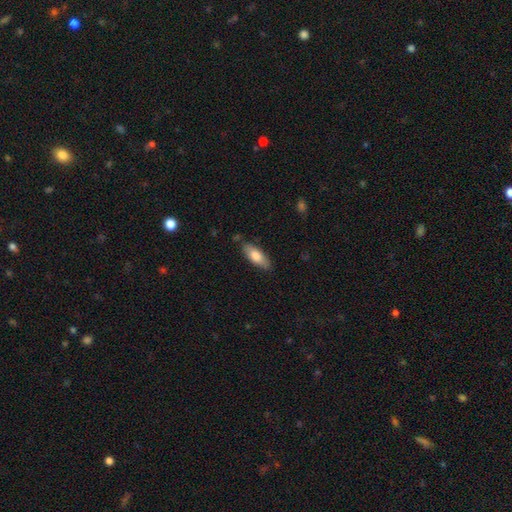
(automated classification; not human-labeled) Smooth or featured?
  - smooth: 77% *
  - featured or disk: 17%
  - star or artifact: 6%
How rounded?
  - in between: 74% *
  - cigar-shaped: 24%
  - round: 2%
Merging?
  - none: 81% *
  - minor disturbance: 15%
  - major disturbance: 3%
  - merger: 2%